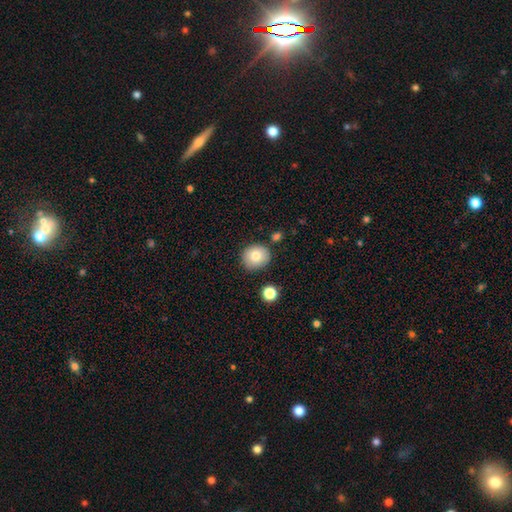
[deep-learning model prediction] This appears to be a smooth galaxy with no disk features (80%) that is round (85%). Merging: none (82%).